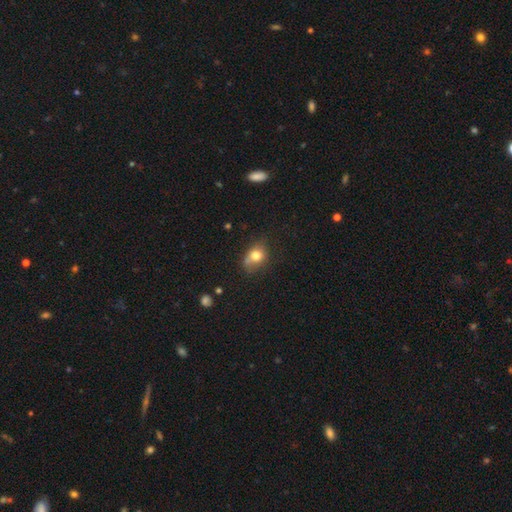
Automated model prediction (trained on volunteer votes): This is likely a smooth galaxy (76%). How rounded: possibly in between (51%). Merging: possibly none (51%).